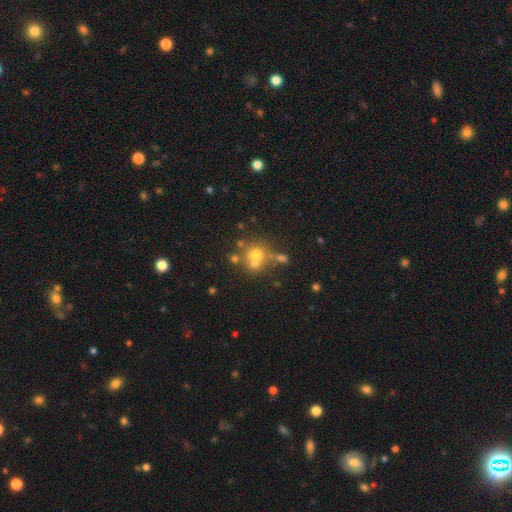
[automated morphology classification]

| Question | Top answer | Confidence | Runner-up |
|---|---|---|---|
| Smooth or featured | smooth | 62% | featured or disk (20%) |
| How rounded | round | 85% | in between (14%) |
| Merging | none | 48% | merger (37%) |